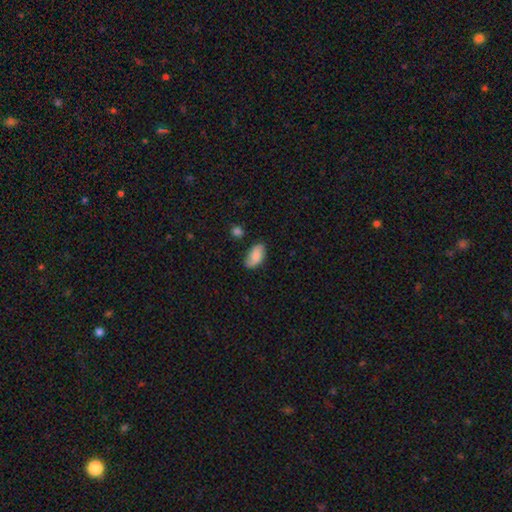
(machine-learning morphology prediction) Smooth or featured? smooth (75%)
How rounded? in between (94%)
Merging? none (72%)